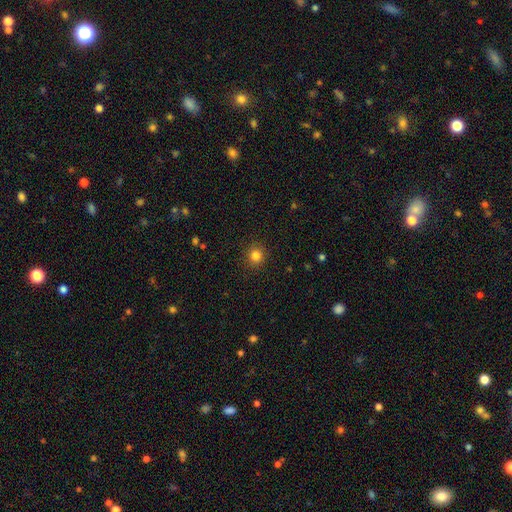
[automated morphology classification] This is clearly a smooth galaxy (83%). How rounded: clearly round (90%). Merging: clearly none (90%).